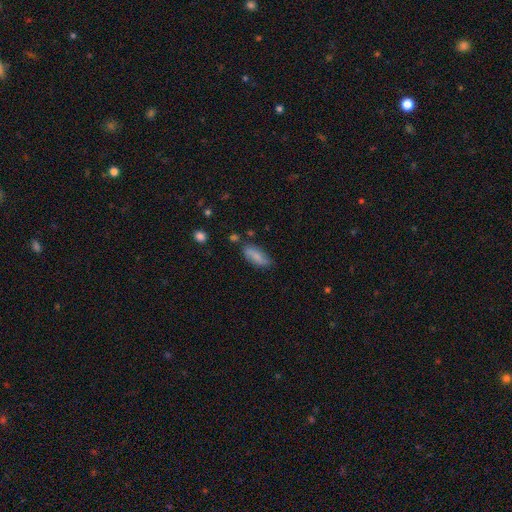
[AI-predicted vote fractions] The model was most divided on "merging": none: 66%, minor disturbance: 24%, major disturbance: 5%, merger: 5%. More confident: smooth or featured — smooth (73%); how rounded — in between (70%).